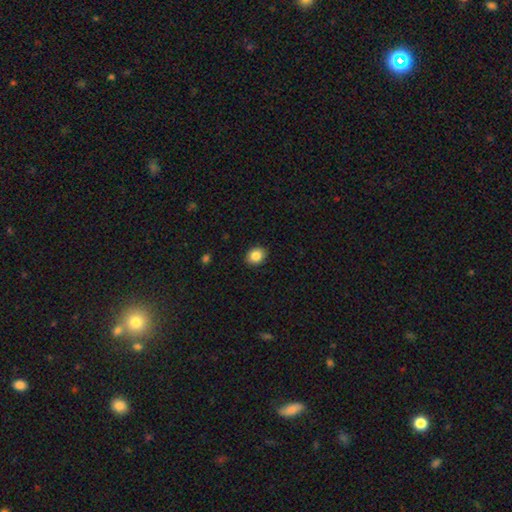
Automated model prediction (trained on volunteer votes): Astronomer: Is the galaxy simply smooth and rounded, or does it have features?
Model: smooth — 86%.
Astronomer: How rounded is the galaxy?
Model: round — 60% (runner-up: in between, 39%).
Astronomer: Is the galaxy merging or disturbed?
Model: none — 90%.